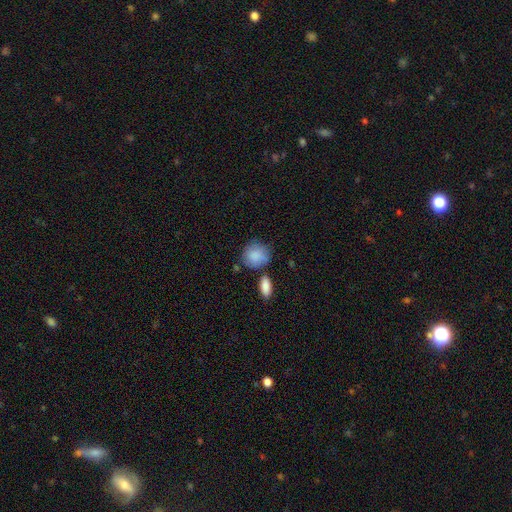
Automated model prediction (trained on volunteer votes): smooth-or-featured: smooth: 84% | featured or disk: 9% | star or artifact: 7%
  how-rounded: round: 76% | in between: 22% | cigar-shaped: 1%
  merging: none: 61% | minor disturbance: 22% | merger: 11% | major disturbance: 7%